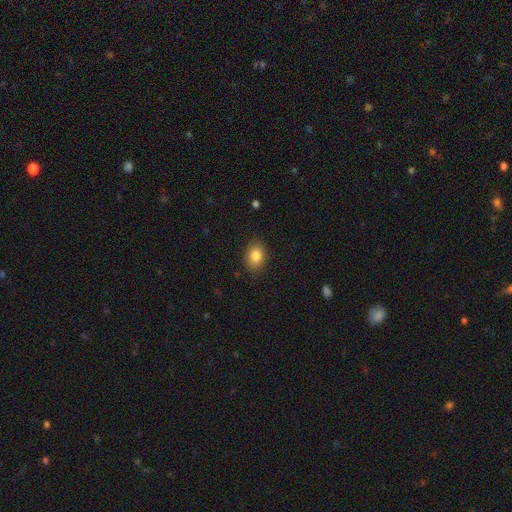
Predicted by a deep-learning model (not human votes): Smooth or featured? smooth (83%)
How rounded? in between (73%)
Merging? none (86%)